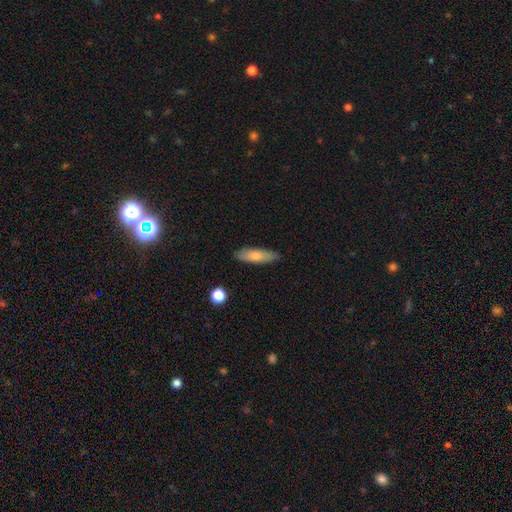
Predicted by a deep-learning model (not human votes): Smooth or featured: smooth — 74% (featured or disk — 20%)
How rounded: cigar-shaped — 53% (in between — 44%)
Merging: none — 85% (minor disturbance — 11%)